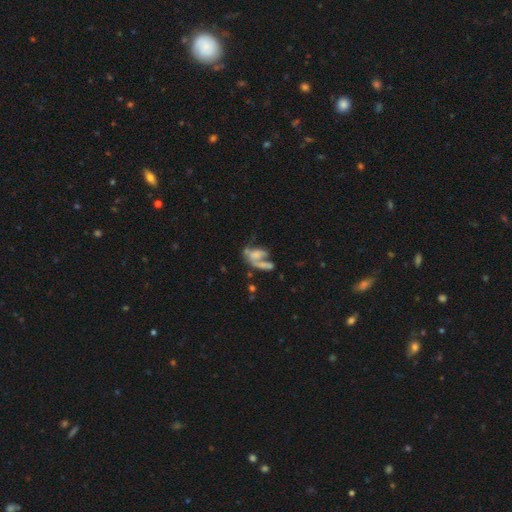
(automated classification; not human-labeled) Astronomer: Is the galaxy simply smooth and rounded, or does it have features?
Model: featured or disk — 45% (runner-up: smooth, 43%).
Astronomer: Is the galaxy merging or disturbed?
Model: merger — 43% (runner-up: major disturbance, 26%).